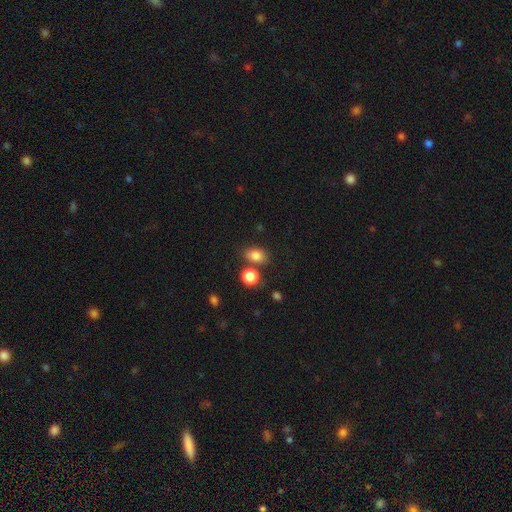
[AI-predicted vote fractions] Smooth or featured? Predicted: smooth (p=0.82). How rounded? Predicted: in between (p=0.68). Merging? Predicted: none (p=0.70).